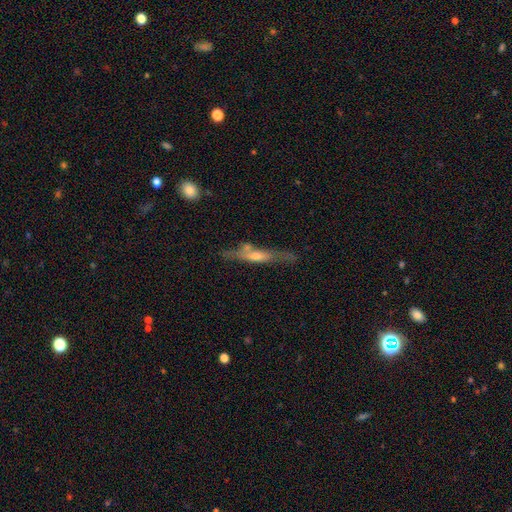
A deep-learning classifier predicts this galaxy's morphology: Overall: featured or disk (61%; smooth 32%). Edge-on disk: yes (83%). Edge-on bulge: rounded (58%; none 23%). Merging: none (61%).